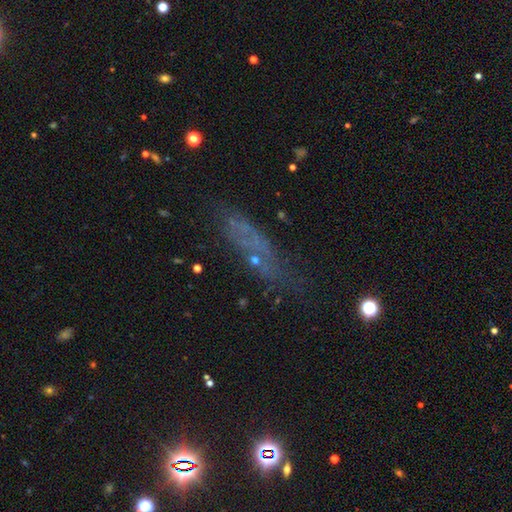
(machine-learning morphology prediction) Smooth or featured: smooth — 40% (featured or disk — 35%)
Merging: none — 55% (minor disturbance — 23%)